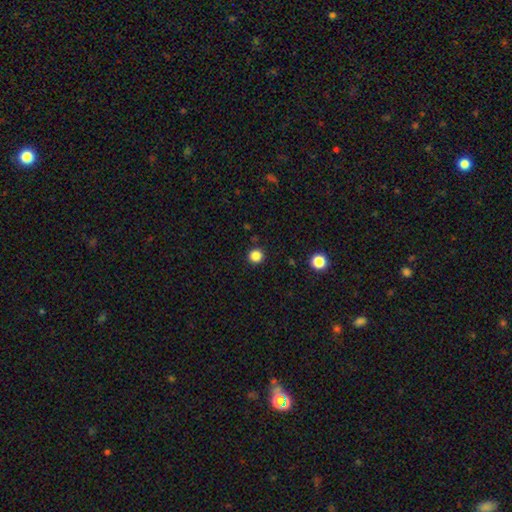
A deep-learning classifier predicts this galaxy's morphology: Smooth or featured? Predicted: smooth (p=0.85). How rounded? Predicted: round (p=0.95). Merging? Predicted: none (p=0.92).